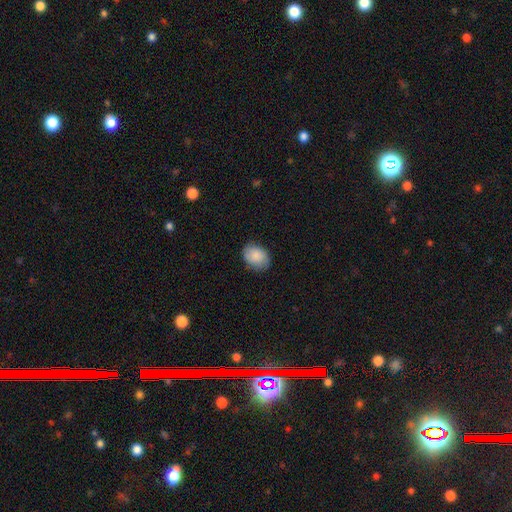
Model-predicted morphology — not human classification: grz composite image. It shows a smooth galaxy with no disk features (83%) that is in between round and cigar-shaped (69%). Merging: none (78%).